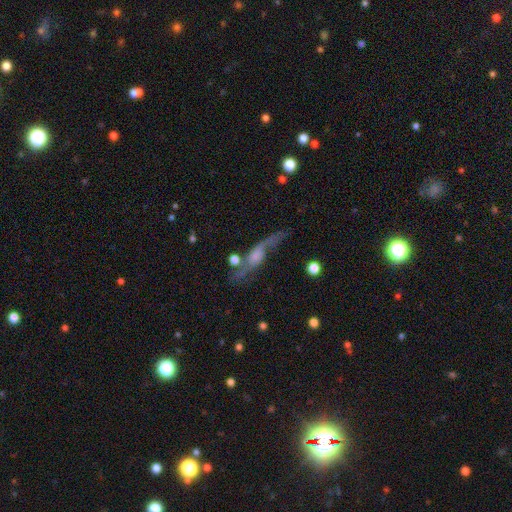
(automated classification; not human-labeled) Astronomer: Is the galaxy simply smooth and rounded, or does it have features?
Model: featured or disk — 70%.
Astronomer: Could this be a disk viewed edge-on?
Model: no — 60% (runner-up: yes, 40%).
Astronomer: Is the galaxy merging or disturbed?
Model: none — 56%.